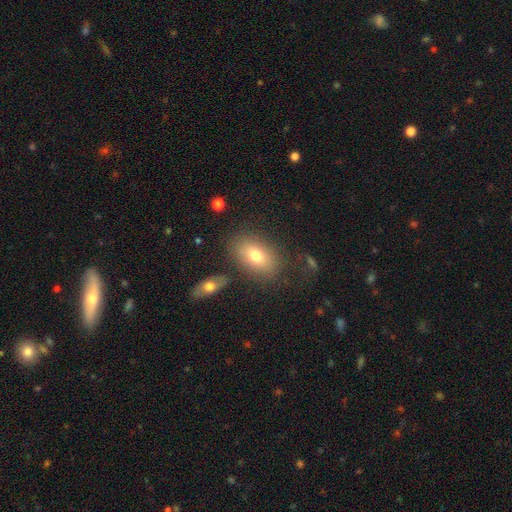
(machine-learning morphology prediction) Smooth or featured? smooth (73%)
How rounded? in between (84%)
Merging? none (77%)